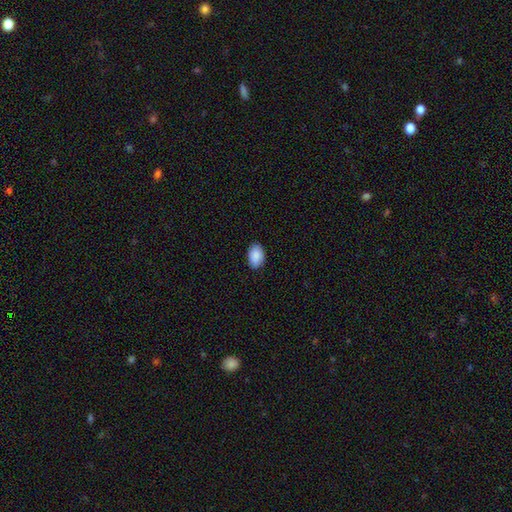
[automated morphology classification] smooth 89%, star or artifact 6%, featured or disk 4%. Down the decision tree: how rounded — in between (89%); merging — none (85%).